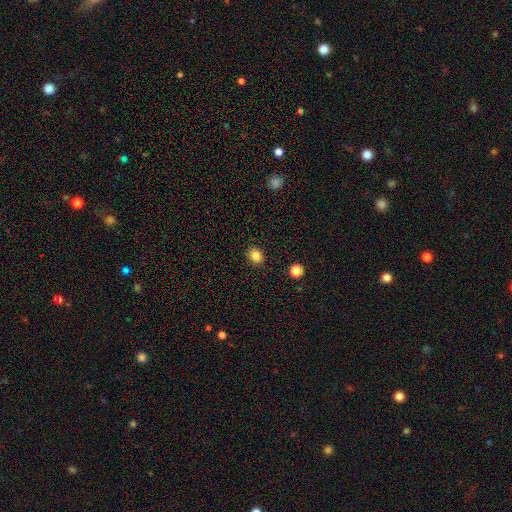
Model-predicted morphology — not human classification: smooth 84%, star or artifact 11%, featured or disk 5%. Down the decision tree: how rounded — round (62%); merging — none (90%).